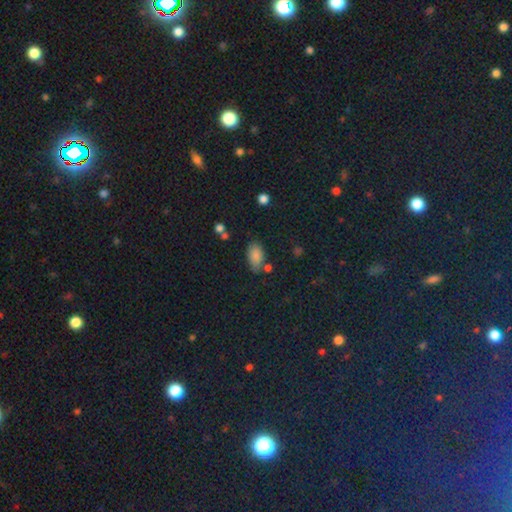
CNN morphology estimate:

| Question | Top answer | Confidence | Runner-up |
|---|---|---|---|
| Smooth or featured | smooth | 81% | star or artifact (12%) |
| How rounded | in between | 91% | round (7%) |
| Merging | none | 66% | minor disturbance (19%) |